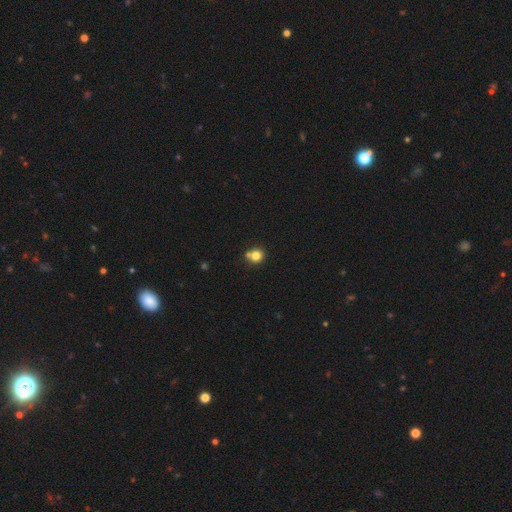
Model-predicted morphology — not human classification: Smooth or featured: smooth — 80% (star or artifact — 12%)
How rounded: round — 87% (in between — 13%)
Merging: none — 63% (merger — 24%)